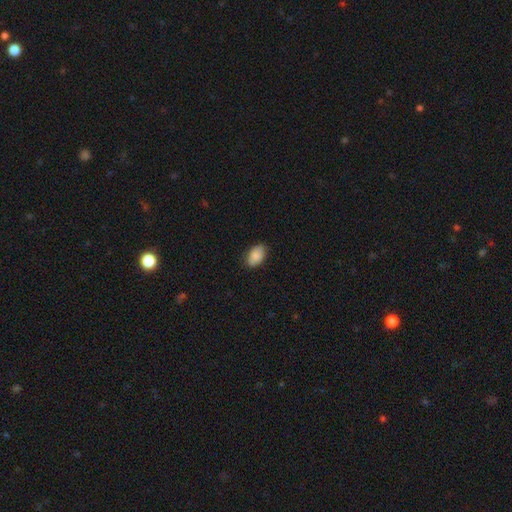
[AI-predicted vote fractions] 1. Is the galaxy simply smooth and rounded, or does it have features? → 85% smooth, 9% featured or disk, 7% star or artifact.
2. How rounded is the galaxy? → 90% in between, 8% round, 1% cigar-shaped.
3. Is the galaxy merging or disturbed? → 83% none, 13% minor disturbance, 2% major disturbance, 1% merger.